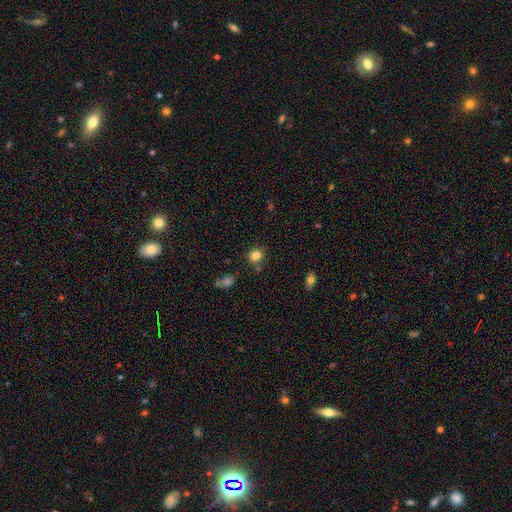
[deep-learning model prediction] Smooth or featured? smooth (82%)
How rounded? round (79%)
Merging? none (80%)